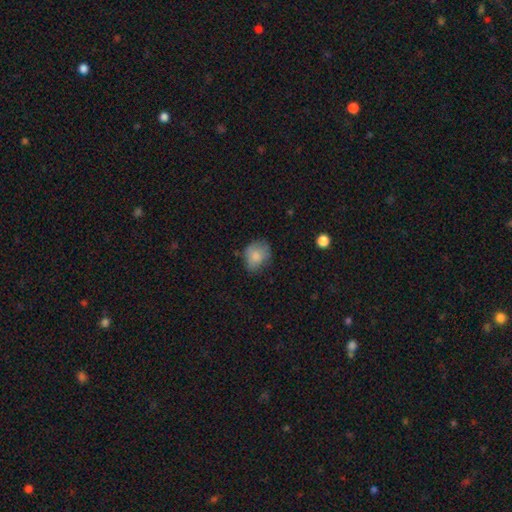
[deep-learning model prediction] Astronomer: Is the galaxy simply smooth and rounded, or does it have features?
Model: smooth — 79%.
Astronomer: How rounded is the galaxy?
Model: round — 54% (runner-up: in between, 45%).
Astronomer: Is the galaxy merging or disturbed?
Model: none — 60%.